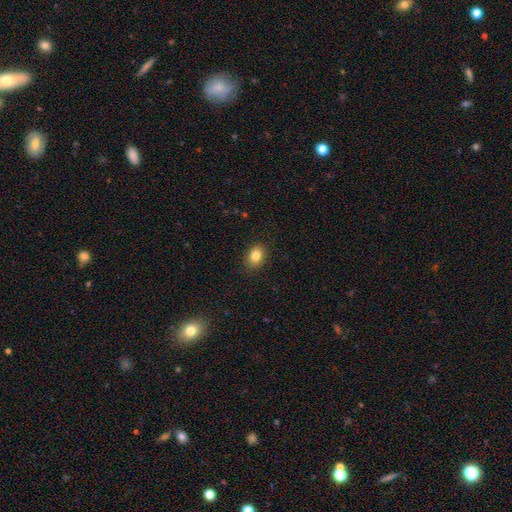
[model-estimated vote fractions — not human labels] A smooth galaxy with no disk features (84%) that is in between round and cigar-shaped (67%). Merging: none (88%).